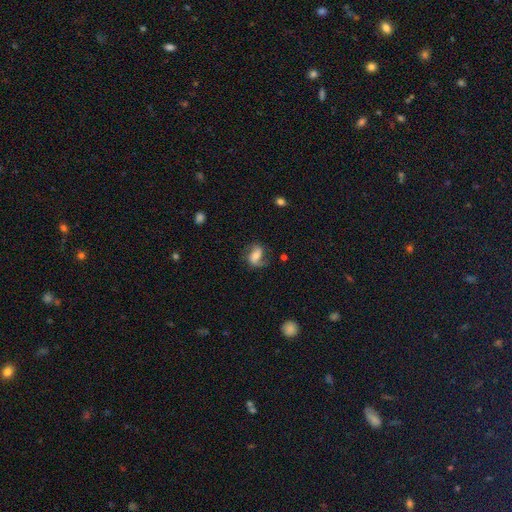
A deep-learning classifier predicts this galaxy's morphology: smooth_or_featured: featured or disk (p=0.63) [alt: smooth p=0.29]
disk_edge_on: no (p=0.96) [alt: yes p=0.04]
bar: weak (p=0.37) [alt: no p=0.35]
has_spiral_arms: yes (p=0.90) [alt: no p=0.10]
spiral_winding: loose (p=0.43) [alt: medium p=0.41]
spiral_arm_count: 2 (p=0.81) [alt: 1 p=0.11]
bulge_size: moderate (p=0.51) [alt: small p=0.30]
merging: none (p=0.65) [alt: minor disturbance p=0.20]